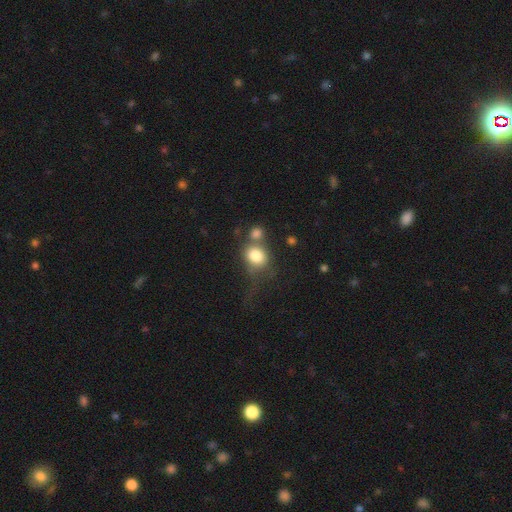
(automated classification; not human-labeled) Morphology: type=smooth (78%); roundness=round (62%); merging=merger (38%).